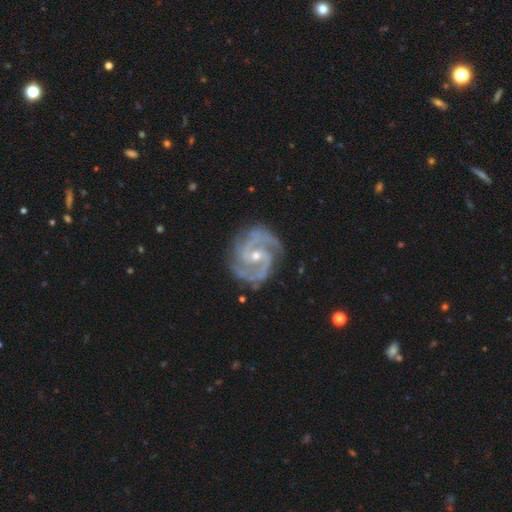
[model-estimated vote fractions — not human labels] Smooth or featured? Predicted: featured or disk (p=0.94). Edge-on disk? Predicted: no (p=0.98). Bar? Predicted: weak (p=0.42). Spiral arms? Predicted: yes (p=0.99). Spiral winding? Predicted: medium (p=0.50). Spiral arm count? Predicted: 2 (p=0.69). Bulge size? Predicted: small (p=0.53). Merging? Predicted: none (p=0.79).